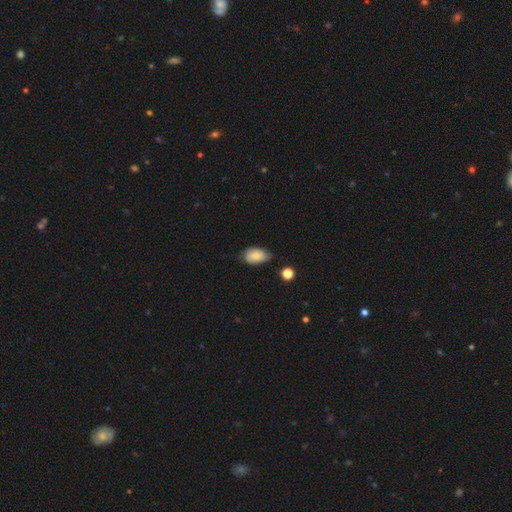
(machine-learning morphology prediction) Smooth or featured? smooth (68%)
How rounded? in between (89%)
Merging? none (57%)